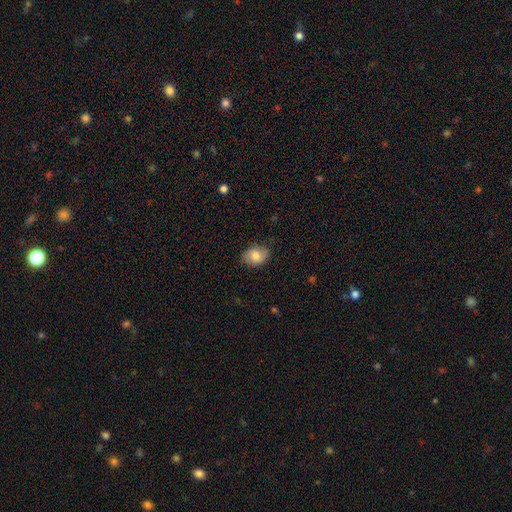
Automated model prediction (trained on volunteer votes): This appears to be a smooth galaxy with no disk features (79%) that is in between round and cigar-shaped (62%). Merging: none (77%).